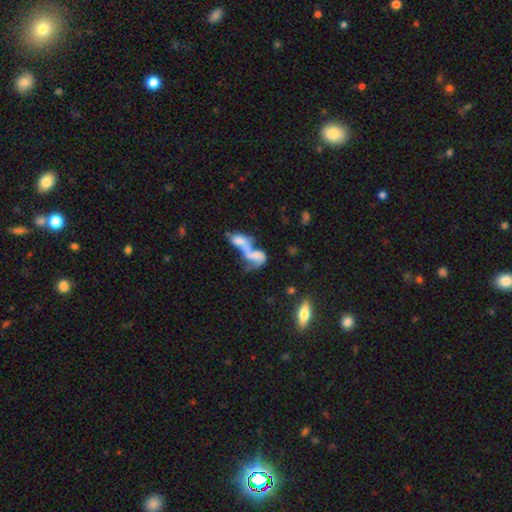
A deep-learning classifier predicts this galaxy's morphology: featured or disk 46%, smooth 41%, star or artifact 12%. Down the decision tree: merging — merger (76%).